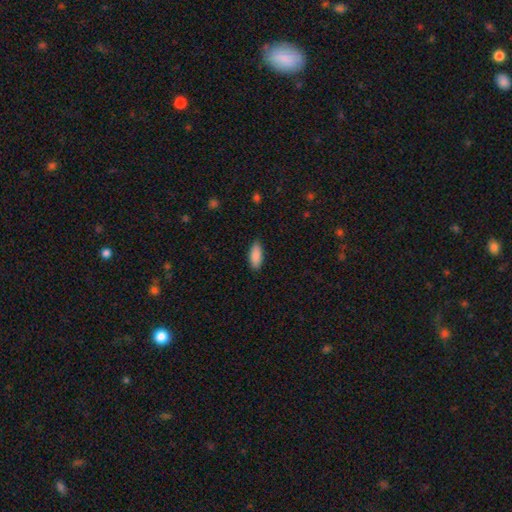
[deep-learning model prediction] Smooth or featured? Predicted: smooth (p=0.89). How rounded? Predicted: in between (p=0.79). Merging? Predicted: none (p=0.88).